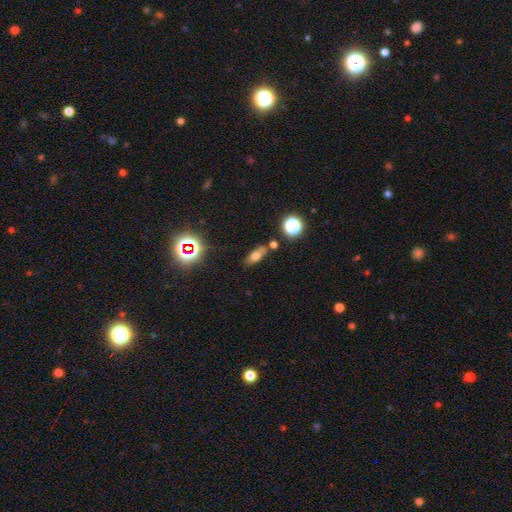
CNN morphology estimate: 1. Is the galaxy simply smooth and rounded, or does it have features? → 62% smooth, 20% featured or disk, 18% star or artifact.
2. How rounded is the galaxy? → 70% in between, 19% cigar-shaped, 11% round.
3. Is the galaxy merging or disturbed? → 70% none, 14% minor disturbance, 11% merger, 4% major disturbance.